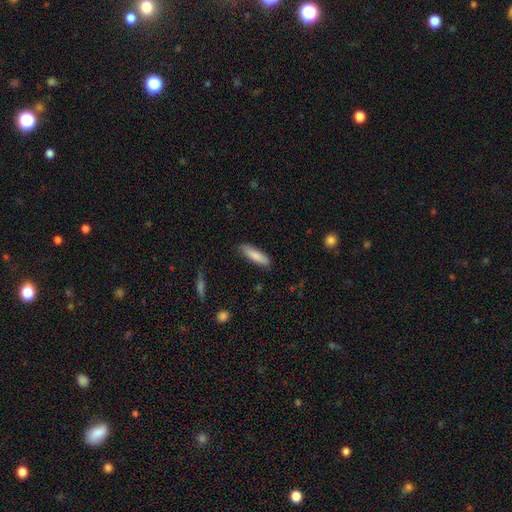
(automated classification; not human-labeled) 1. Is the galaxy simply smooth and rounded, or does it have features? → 83% smooth, 11% featured or disk, 6% star or artifact.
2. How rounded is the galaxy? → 64% cigar-shaped, 35% in between, 1% round.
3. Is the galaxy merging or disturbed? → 86% none, 11% minor disturbance, 2% major disturbance, 1% merger.